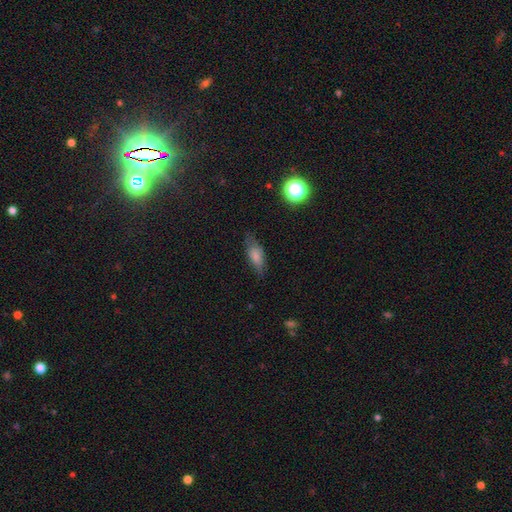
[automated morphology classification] Smooth or featured? Predicted: smooth (p=0.72). How rounded? Predicted: in between (p=0.72). Merging? Predicted: none (p=0.63).